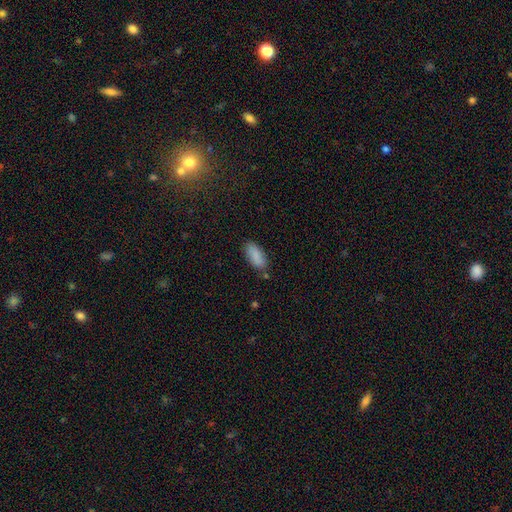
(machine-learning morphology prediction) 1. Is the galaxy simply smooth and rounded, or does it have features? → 88% smooth, 7% star or artifact, 5% featured or disk.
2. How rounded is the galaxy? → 86% in between, 13% cigar-shaped, 2% round.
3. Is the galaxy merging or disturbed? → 79% none, 14% minor disturbance, 4% merger, 3% major disturbance.